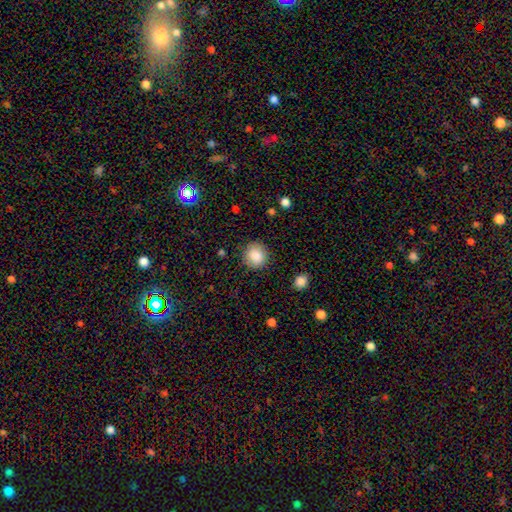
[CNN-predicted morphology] smooth-or-featured: smooth: 86% | star or artifact: 8% | featured or disk: 5%
  how-rounded: round: 88% | in between: 11% | cigar-shaped: 1%
  merging: none: 87% | minor disturbance: 9% | major disturbance: 3% | merger: 1%